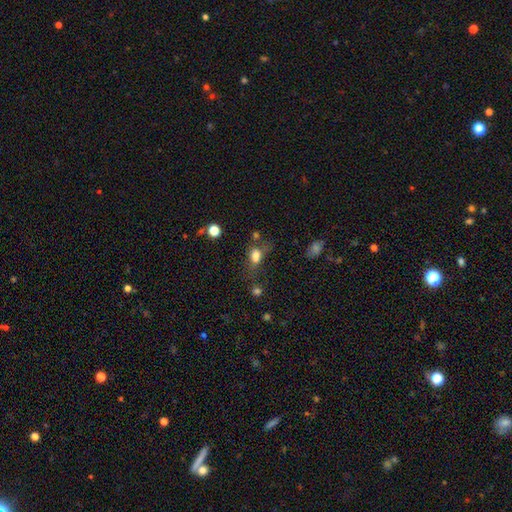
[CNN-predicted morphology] This is likely a smooth galaxy (75%). How rounded: likely in between (70%). Merging: marginally none (41%).